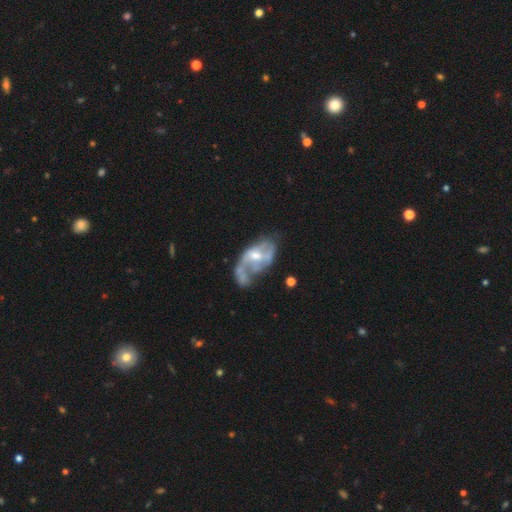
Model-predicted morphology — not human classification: Smooth or featured? Predicted: featured or disk (p=0.73). Edge-on disk? Predicted: no (p=0.96). Bar? Predicted: no (p=0.52). Spiral arms? Predicted: yes (p=0.68). Bulge size? Predicted: moderate (p=0.55). Merging? Predicted: major disturbance (p=0.33).